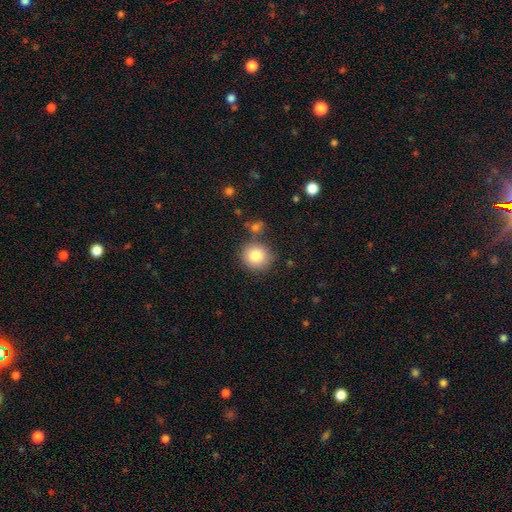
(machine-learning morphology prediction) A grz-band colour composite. It shows a smooth galaxy with no disk features (83%) that is round (89%). Merging: none (80%).